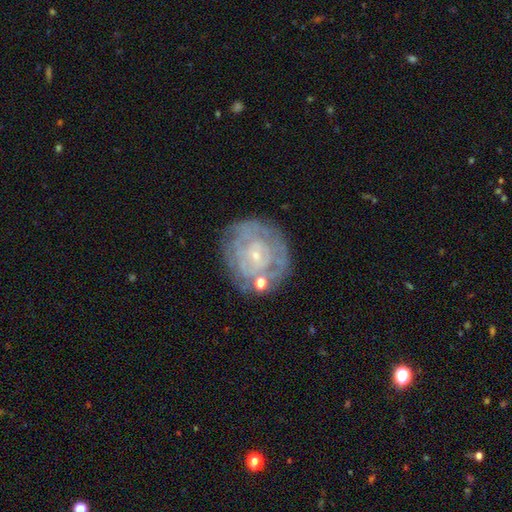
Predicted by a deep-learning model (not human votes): Smooth or featured? featured or disk (74%)
Edge-on disk? no (97%)
Bar? no (78%)
Spiral arms? yes (72%)
Spiral winding? tight (77%)
Spiral arm count? can't tell (58%)
Bulge size? small (82%)
Merging? none (70%)